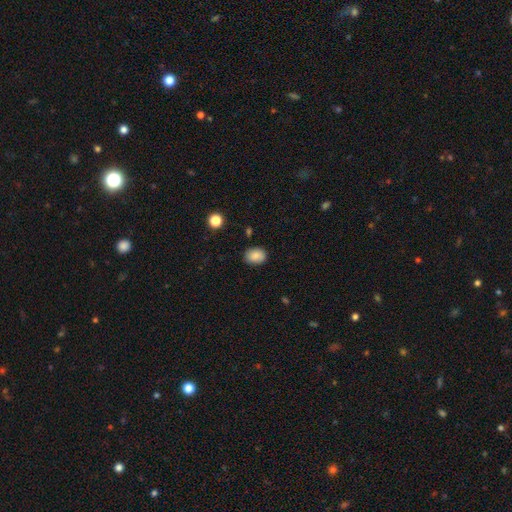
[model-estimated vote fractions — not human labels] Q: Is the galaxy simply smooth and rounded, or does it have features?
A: smooth — 86%.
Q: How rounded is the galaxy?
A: in between — 64%.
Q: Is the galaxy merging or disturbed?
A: none — 85%.